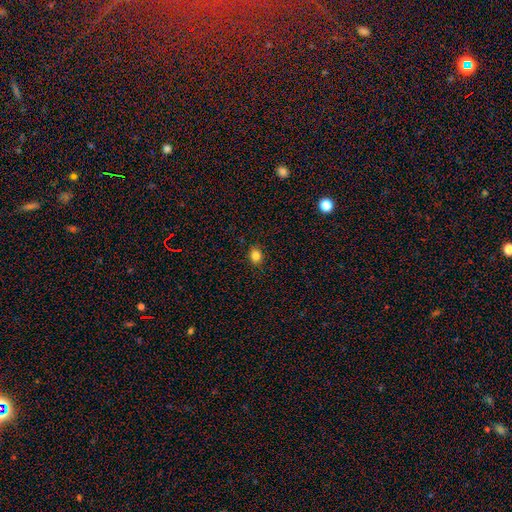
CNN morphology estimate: A smooth galaxy with no disk features (83%) that is round (63%). Merging: none (89%).